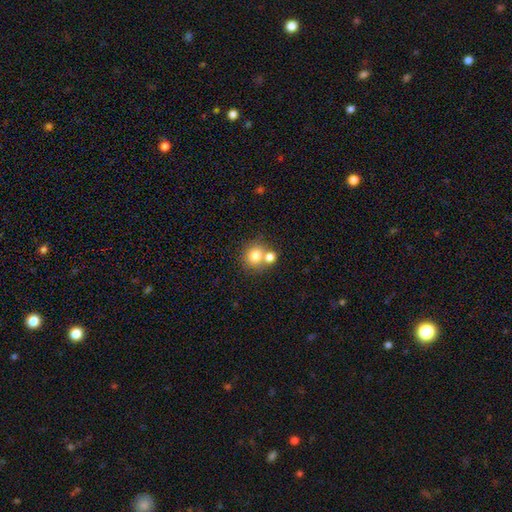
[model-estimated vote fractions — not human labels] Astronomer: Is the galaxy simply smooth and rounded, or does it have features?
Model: smooth — 79%.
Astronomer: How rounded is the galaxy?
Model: round — 80%.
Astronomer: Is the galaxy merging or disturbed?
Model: none — 48% (runner-up: merger, 40%).